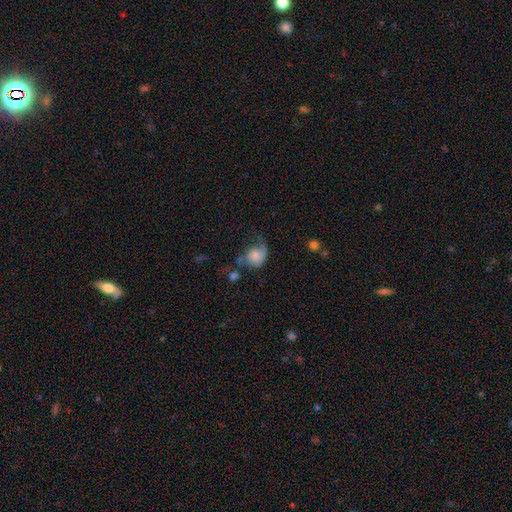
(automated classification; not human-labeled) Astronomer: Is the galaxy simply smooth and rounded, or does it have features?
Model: smooth — 59%.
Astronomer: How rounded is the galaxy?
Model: round — 60% (runner-up: in between, 39%).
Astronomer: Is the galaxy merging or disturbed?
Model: major disturbance — 38% (runner-up: none, 29%).